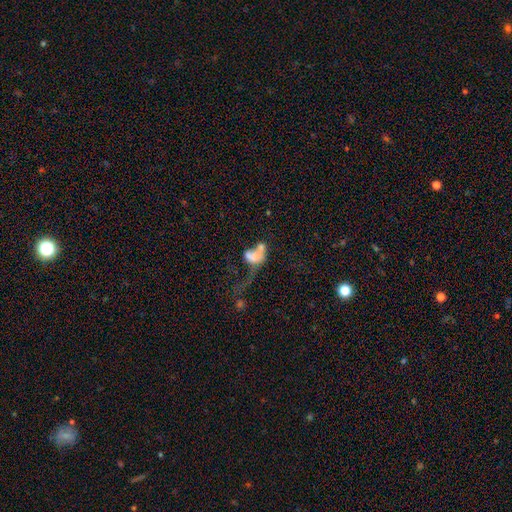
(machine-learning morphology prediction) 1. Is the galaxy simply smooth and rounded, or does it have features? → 53% smooth, 35% featured or disk, 11% star or artifact.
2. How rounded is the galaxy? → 73% in between, 24% round, 3% cigar-shaped.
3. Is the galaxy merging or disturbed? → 54% merger, 27% major disturbance, 11% none, 8% minor disturbance.